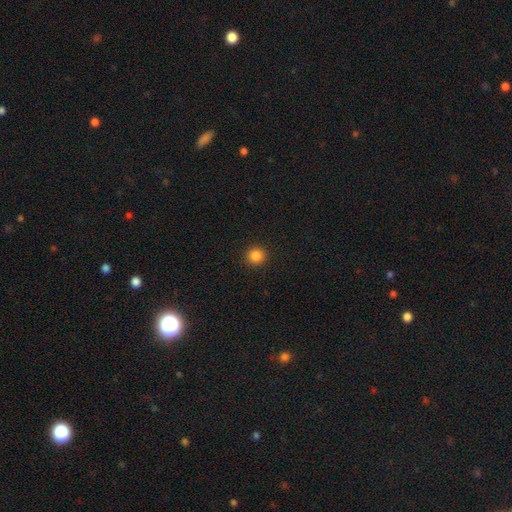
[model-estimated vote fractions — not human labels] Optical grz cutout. It shows a smooth galaxy with no disk features (85%) that is round (93%). Merging: none (93%).